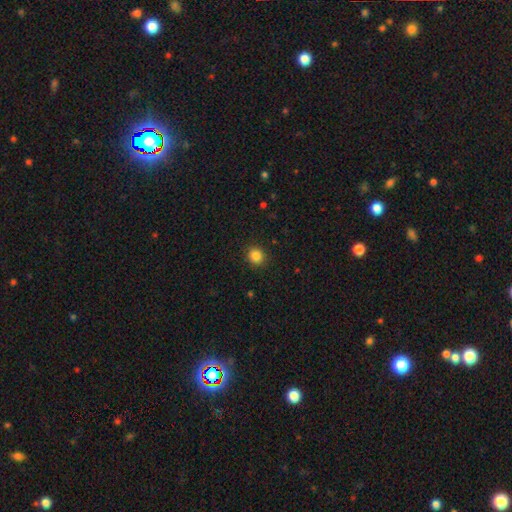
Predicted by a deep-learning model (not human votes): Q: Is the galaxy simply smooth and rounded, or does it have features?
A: smooth — 85%.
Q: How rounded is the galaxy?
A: round — 83%.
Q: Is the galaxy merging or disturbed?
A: none — 91%.